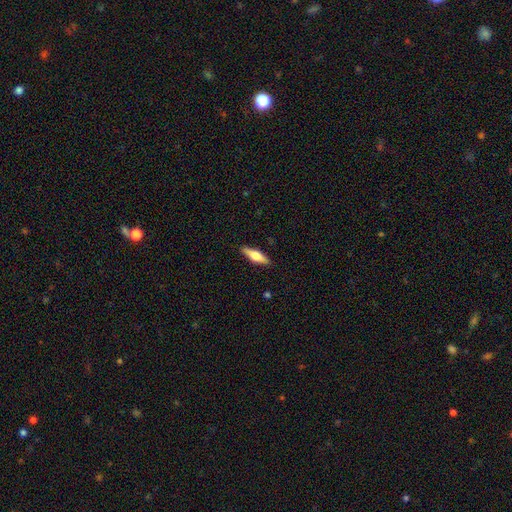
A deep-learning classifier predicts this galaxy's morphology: smooth 56%, featured or disk 38%, star or artifact 6%. Down the decision tree: how rounded — cigar-shaped (56%); merging — none (88%).